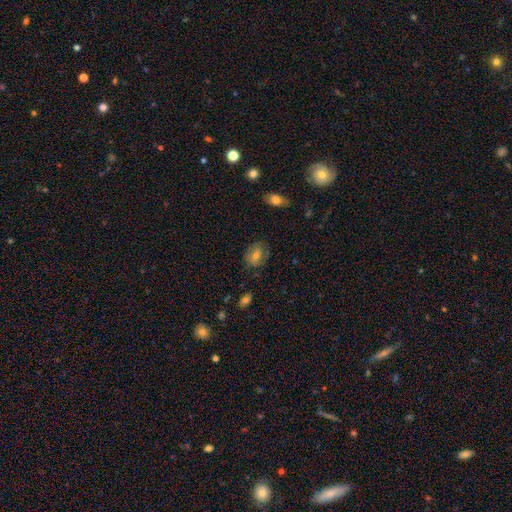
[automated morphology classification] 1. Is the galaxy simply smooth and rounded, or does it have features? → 51% smooth, 32% featured or disk, 17% star or artifact.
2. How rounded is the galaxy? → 60% in between, 38% round, 2% cigar-shaped.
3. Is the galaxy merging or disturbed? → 77% none, 16% minor disturbance, 6% major disturbance, 2% merger.